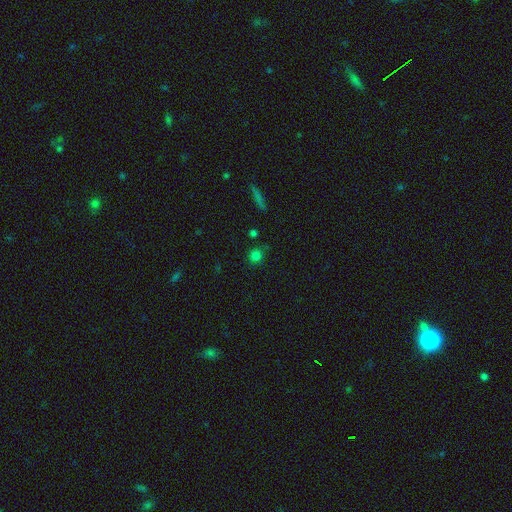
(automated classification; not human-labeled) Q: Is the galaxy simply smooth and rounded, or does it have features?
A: smooth — 78%.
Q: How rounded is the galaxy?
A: round — 90%.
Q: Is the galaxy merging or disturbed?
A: none — 83%.